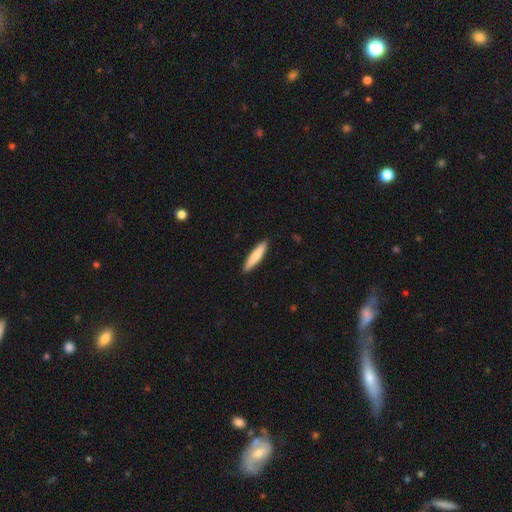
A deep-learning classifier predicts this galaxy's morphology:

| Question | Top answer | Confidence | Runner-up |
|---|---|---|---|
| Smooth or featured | smooth | 79% | featured or disk (16%) |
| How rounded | cigar-shaped | 85% | in between (13%) |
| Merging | none | 90% | minor disturbance (7%) |